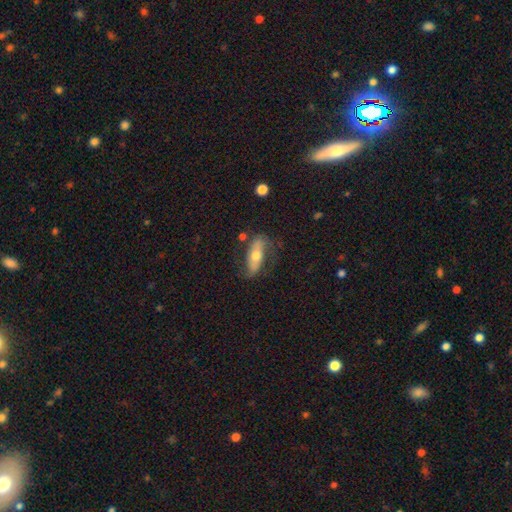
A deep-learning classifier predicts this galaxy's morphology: The model was most divided on "smooth or featured": smooth: 48%, featured or disk: 45%, star or artifact: 7%. More confident: merging — none (63%).